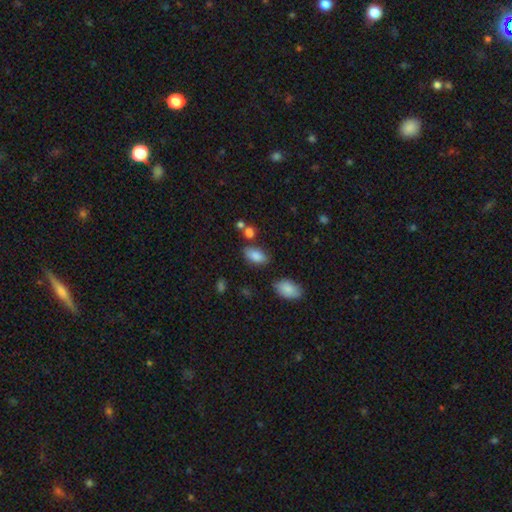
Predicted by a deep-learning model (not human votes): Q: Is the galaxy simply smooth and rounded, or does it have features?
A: smooth — 84%.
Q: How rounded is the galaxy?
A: in between — 92%.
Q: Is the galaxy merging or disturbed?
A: none — 70%.